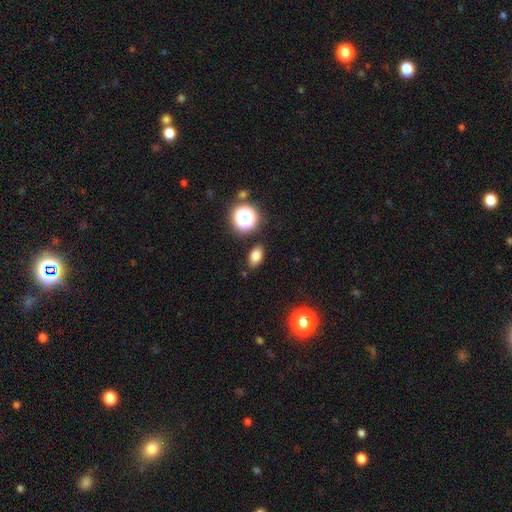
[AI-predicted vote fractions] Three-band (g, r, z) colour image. It shows a smooth galaxy with no disk features (78%) that is in between round and cigar-shaped (84%). Merging: none (84%).